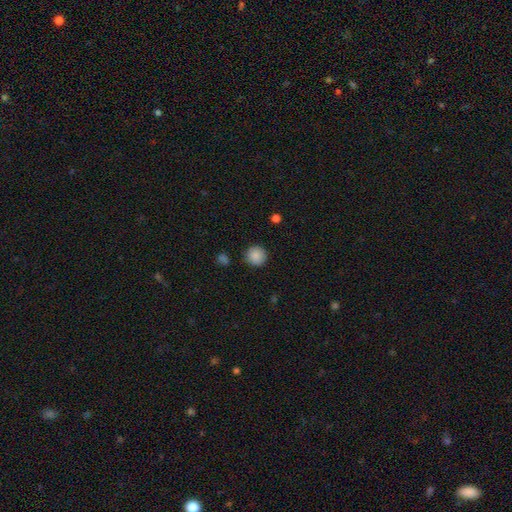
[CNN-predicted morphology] This is clearly a smooth galaxy (88%). How rounded: clearly round (94%). Merging: clearly none (89%).